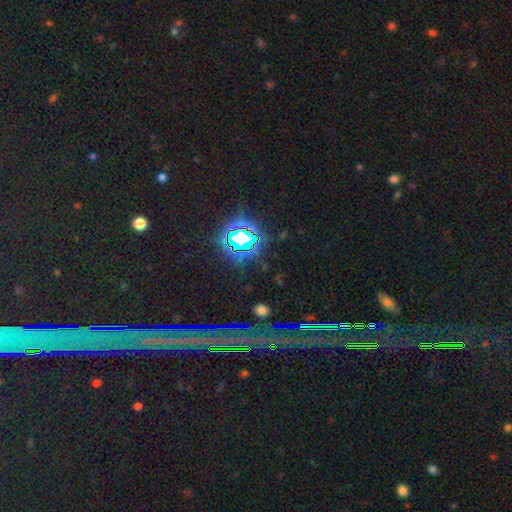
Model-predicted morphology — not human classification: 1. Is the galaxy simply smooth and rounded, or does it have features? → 85% star or artifact, 8% smooth, 6% featured or disk.